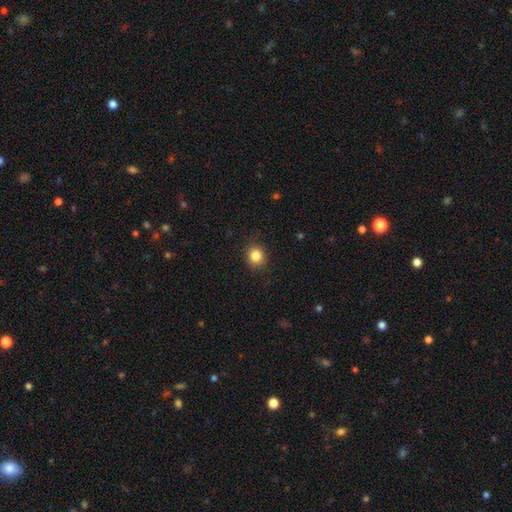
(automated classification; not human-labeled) Morphology: type=smooth (84%); roundness=round (82%); merging=none (89%).